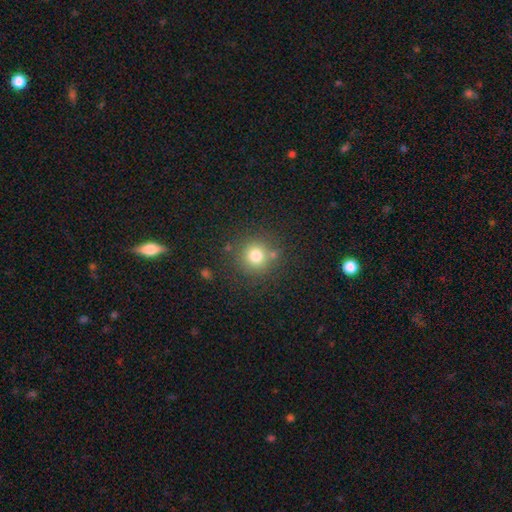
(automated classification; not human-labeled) smooth 77%, star or artifact 15%, featured or disk 8%. Down the decision tree: how rounded — round (93%); merging — none (80%).